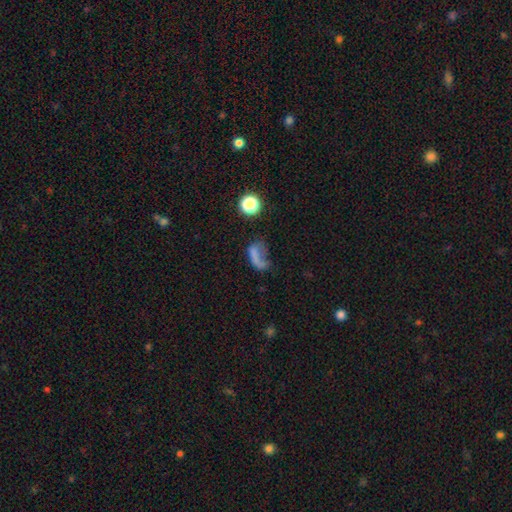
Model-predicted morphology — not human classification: smooth_or_featured: smooth (p=0.55) [alt: featured or disk p=0.28]
how_rounded: in between (p=0.69) [alt: round p=0.21]
merging: major disturbance (p=0.48) [alt: none p=0.27]